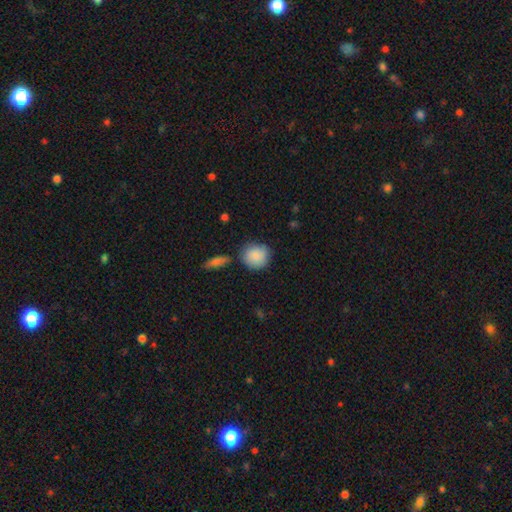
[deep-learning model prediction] Smooth or featured? Predicted: smooth (p=0.87). How rounded? Predicted: round (p=0.84). Merging? Predicted: none (p=0.69).